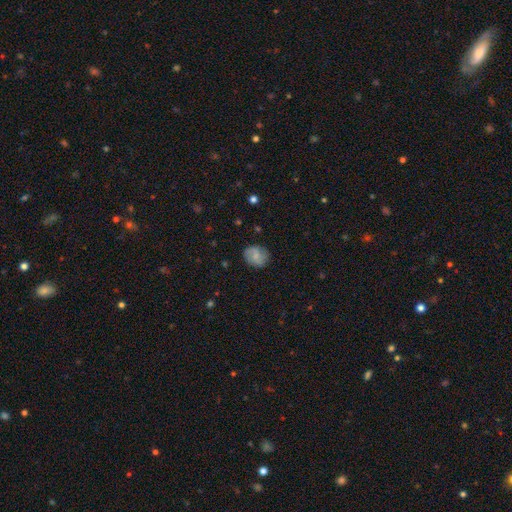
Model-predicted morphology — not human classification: smooth_or_featured: smooth (p=0.69) [alt: featured or disk p=0.23]
how_rounded: round (p=0.66) [alt: in between p=0.33]
merging: none (p=0.81) [alt: minor disturbance p=0.14]